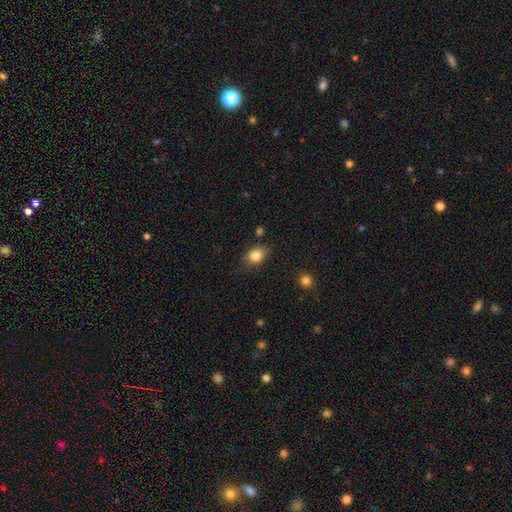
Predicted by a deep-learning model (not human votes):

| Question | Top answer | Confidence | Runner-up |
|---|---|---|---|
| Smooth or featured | smooth | 83% | featured or disk (9%) |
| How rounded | in between | 75% | round (23%) |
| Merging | none | 76% | minor disturbance (18%) |